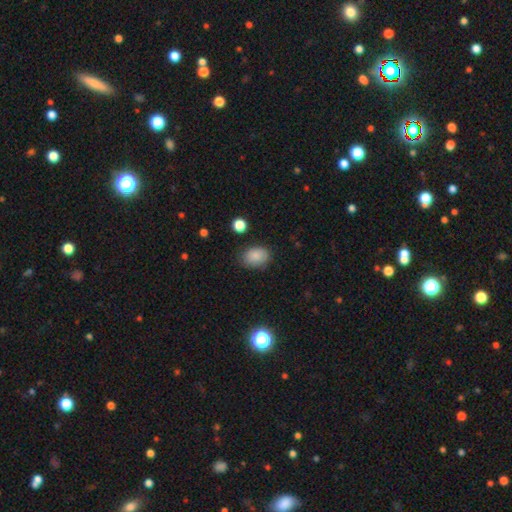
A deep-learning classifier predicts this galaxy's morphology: Smooth or featured: smooth — 86% (star or artifact — 9%)
How rounded: in between — 76% (round — 23%)
Merging: none — 78% (minor disturbance — 17%)